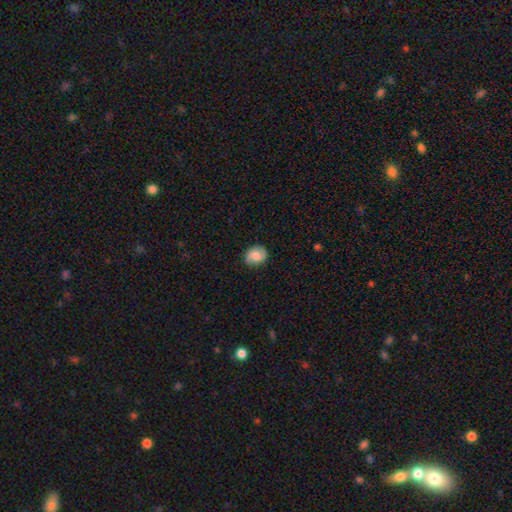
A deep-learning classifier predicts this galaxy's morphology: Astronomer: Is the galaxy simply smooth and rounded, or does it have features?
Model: smooth — 63%.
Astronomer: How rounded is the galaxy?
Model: round — 63%.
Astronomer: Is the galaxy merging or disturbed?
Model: none — 79%.